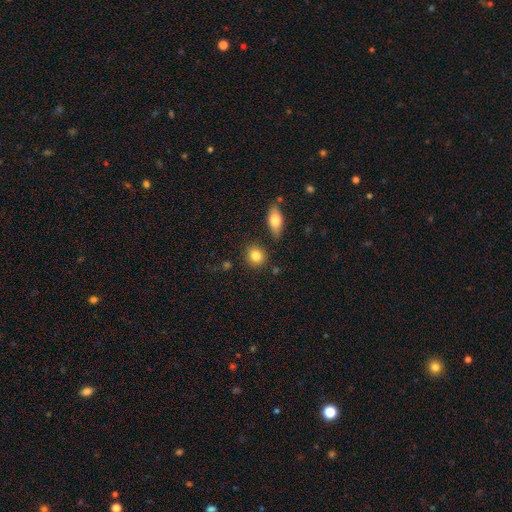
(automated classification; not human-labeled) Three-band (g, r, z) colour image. It shows a smooth galaxy with no disk features (84%) that is round (73%). Merging: none (83%).